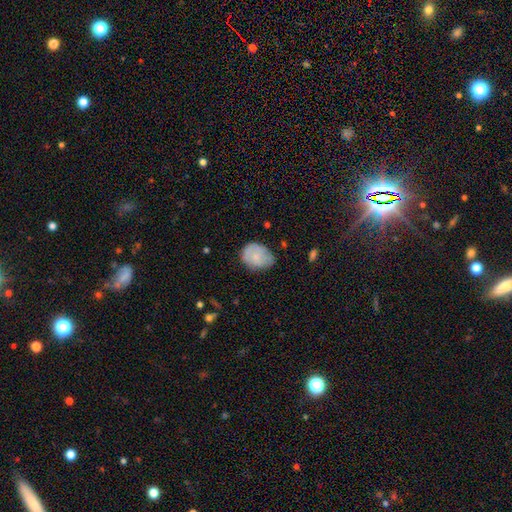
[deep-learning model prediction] smooth-or-featured: smooth: 65% | featured or disk: 28% | star or artifact: 7%
  how-rounded: in between: 61% | round: 38% | cigar-shaped: 1%
  merging: none: 59% | minor disturbance: 31% | major disturbance: 8% | merger: 2%